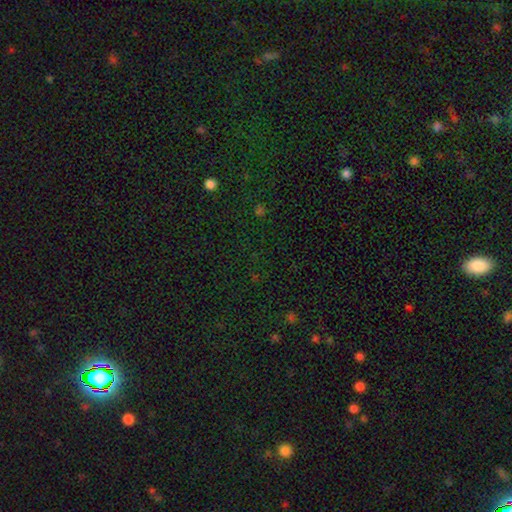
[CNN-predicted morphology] star or artifact 74%, smooth 17%, featured or disk 9%.